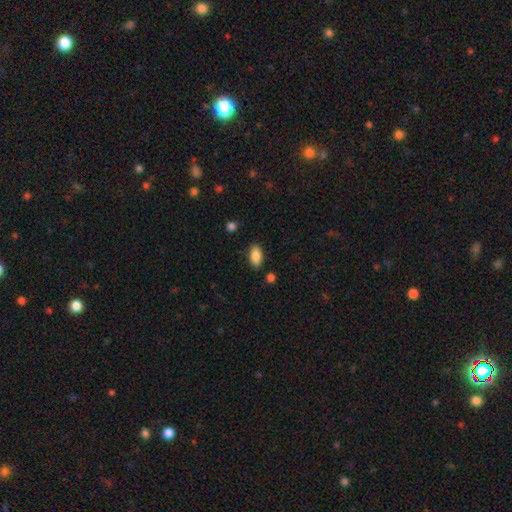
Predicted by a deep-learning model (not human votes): Smooth or featured? Predicted: smooth (p=0.87). How rounded? Predicted: in between (p=0.93). Merging? Predicted: none (p=0.85).